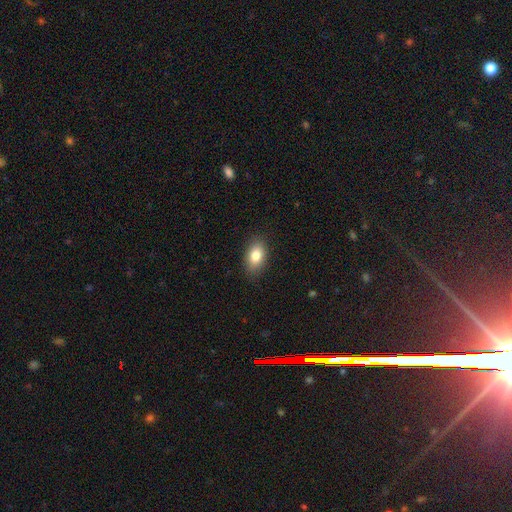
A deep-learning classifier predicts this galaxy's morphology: Q: Smooth or featured?
A: smooth (82%); runner-up: featured or disk (10%)
Q: How rounded?
A: in between (88%); runner-up: round (10%)
Q: Merging?
A: none (87%); runner-up: minor disturbance (10%)